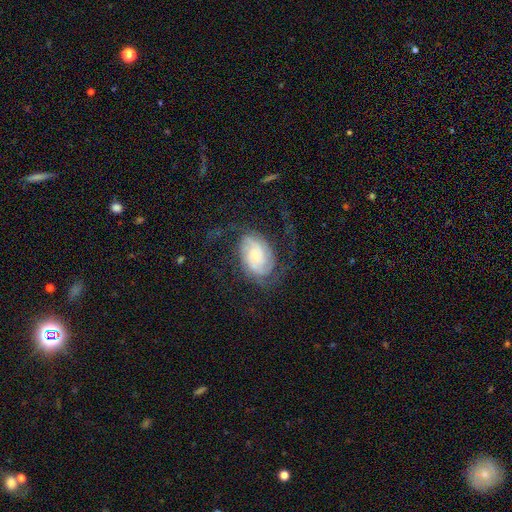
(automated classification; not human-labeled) A featured or disk galaxy (79%) with no bar (61%), 2 (48%) tight (50%) spiral arms (95%) and a small central bulge (64%). Merging: none (61%).